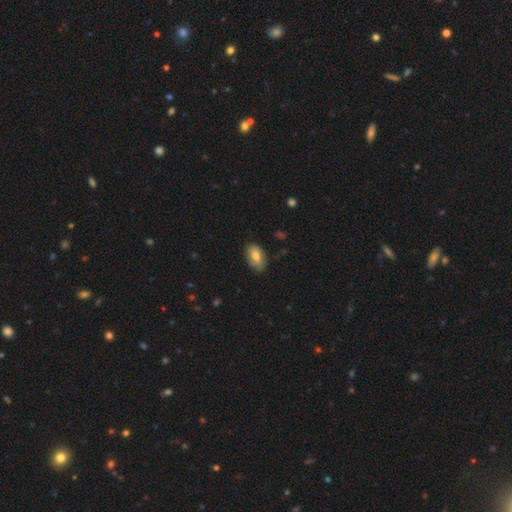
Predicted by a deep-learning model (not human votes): Smooth or featured? smooth (71%)
How rounded? in between (91%)
Merging? none (72%)